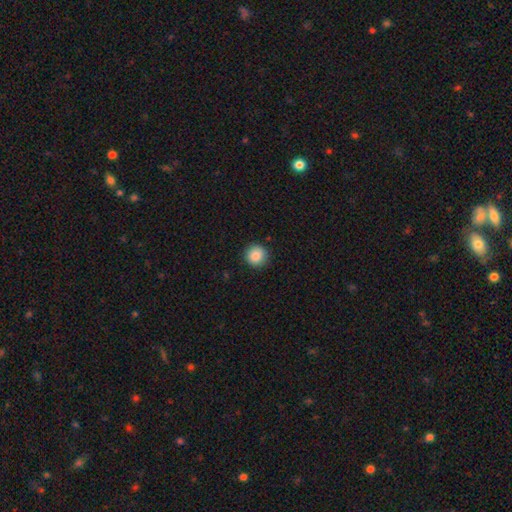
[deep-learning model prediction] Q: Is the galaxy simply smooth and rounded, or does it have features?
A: smooth — 87%.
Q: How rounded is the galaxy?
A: round — 95%.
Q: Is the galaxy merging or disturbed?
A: none — 91%.